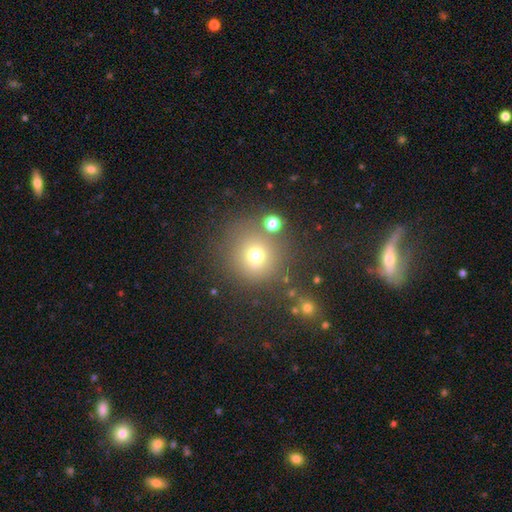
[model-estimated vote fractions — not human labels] smooth_or_featured: smooth (p=0.70) [alt: star or artifact p=0.19]
how_rounded: round (p=0.92) [alt: in between p=0.07]
merging: none (p=0.76) [alt: minor disturbance p=0.10]